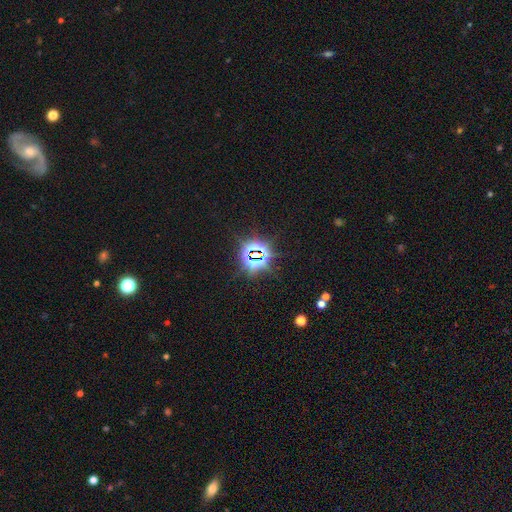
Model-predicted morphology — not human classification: Smooth or featured?
  - star or artifact: 80% *
  - smooth: 12%
  - featured or disk: 8%